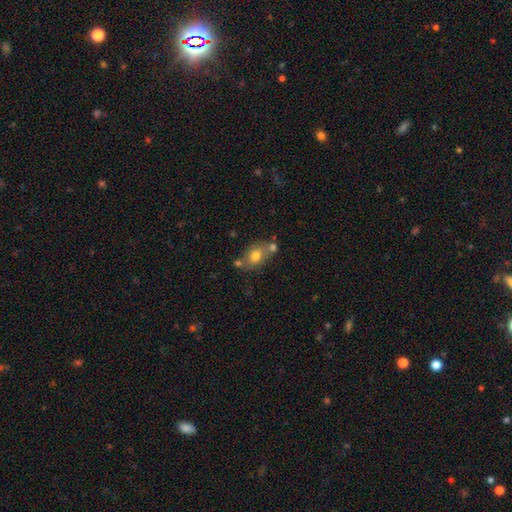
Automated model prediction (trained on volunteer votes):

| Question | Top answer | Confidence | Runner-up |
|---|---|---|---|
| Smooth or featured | smooth | 73% | featured or disk (17%) |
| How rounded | in between | 65% | round (33%) |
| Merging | none | 55% | merger (25%) |